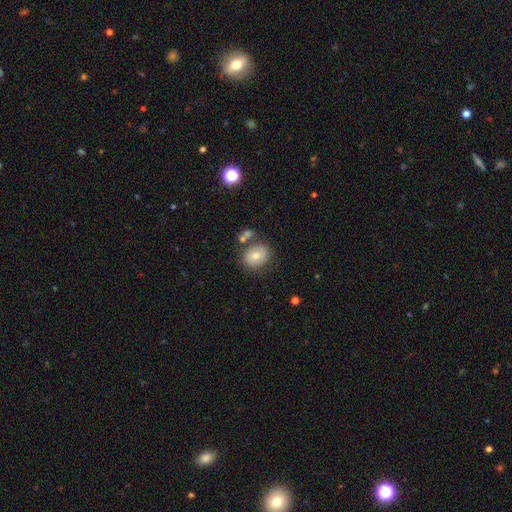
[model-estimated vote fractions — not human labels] Morphology: type=smooth (70%); roundness=round (63%); merging=none (71%).